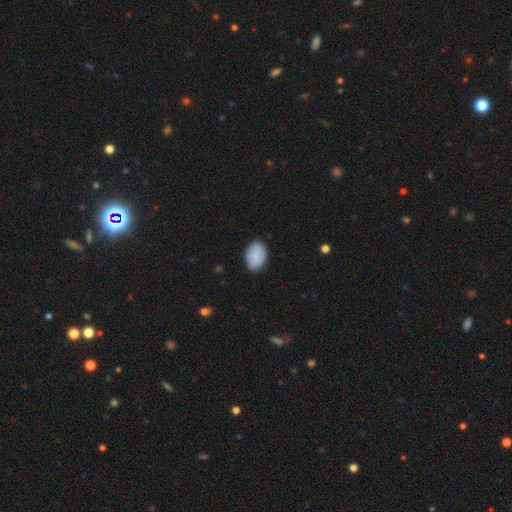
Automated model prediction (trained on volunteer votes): Morphology: type=smooth (84%); roundness=in between (85%); merging=none (81%).